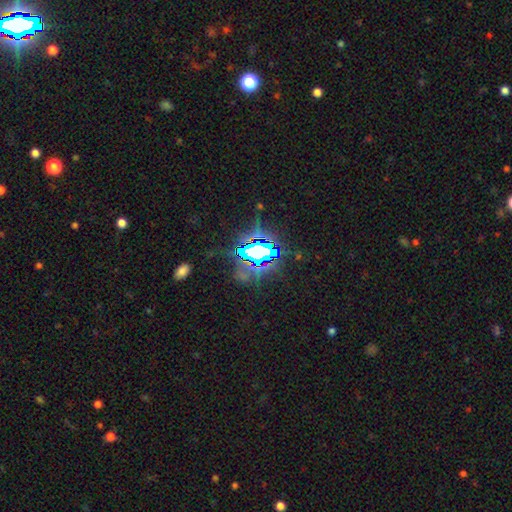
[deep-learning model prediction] star or artifact 77%, featured or disk 12%, smooth 11%.